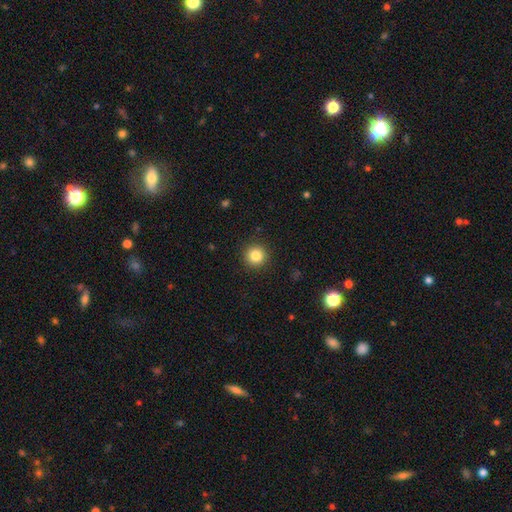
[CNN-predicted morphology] A smooth galaxy with no disk features (84%) that is round (95%).

Vote fractions:
- Smooth or featured? smooth: 84% / star or artifact: 10% / featured or disk: 5%
- How rounded? round: 95% / in between: 4% / cigar-shaped: 1%
- Merging? none: 91% / minor disturbance: 5% / major disturbance: 2% / merger: 1%